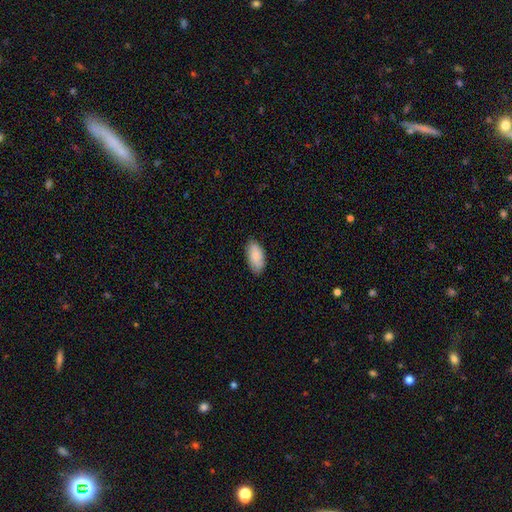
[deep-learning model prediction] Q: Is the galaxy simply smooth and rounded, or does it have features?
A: smooth — 83%.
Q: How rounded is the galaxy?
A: in between — 93%.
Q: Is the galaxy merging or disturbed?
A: none — 84%.